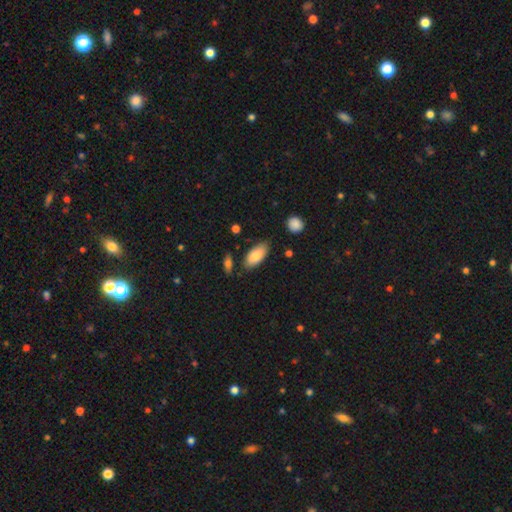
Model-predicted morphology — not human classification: This appears to be a smooth galaxy with no disk features (85%) that is in between round and cigar-shaped (89%). Merging: none (77%).